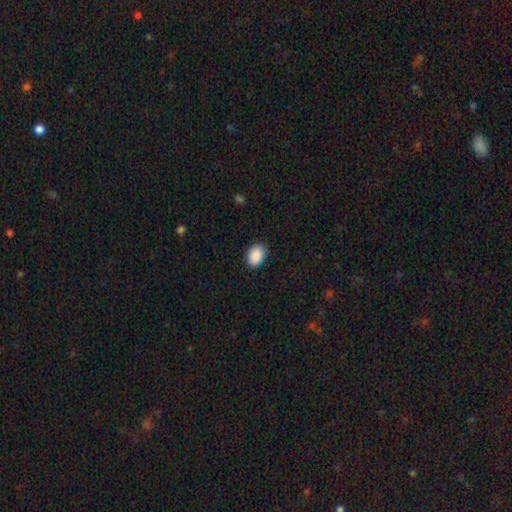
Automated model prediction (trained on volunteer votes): smooth-or-featured: smooth: 90% | star or artifact: 7% | featured or disk: 3%
  how-rounded: in between: 72% | round: 27% | cigar-shaped: 1%
  merging: none: 87% | minor disturbance: 10% | major disturbance: 2% | merger: 1%